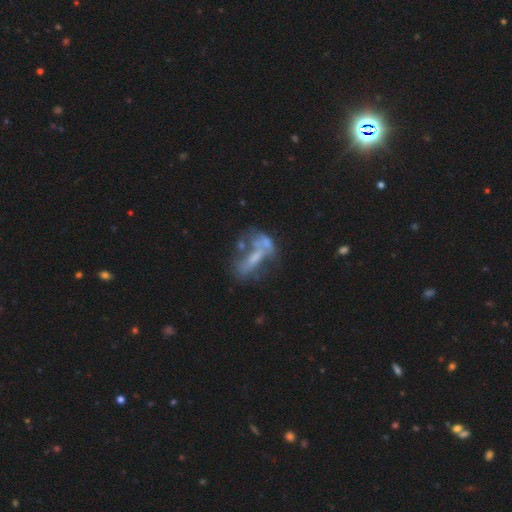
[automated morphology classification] The model was most divided on "merging": merger: 33%, none: 27%, major disturbance: 27%, minor disturbance: 14%. More confident: edge-on disk — no (89%); spiral arms — no (83%); bar — no (68%); smooth or featured — featured or disk (57%); bulge size — none (52%).